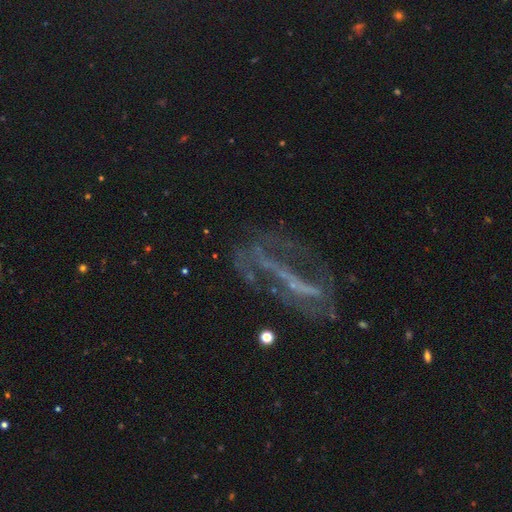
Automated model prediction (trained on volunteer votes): Smooth or featured: featured or disk — 63% (star or artifact — 25%)
Edge-on disk: no — 75% (yes — 25%)
Merging: none — 48% (major disturbance — 30%)